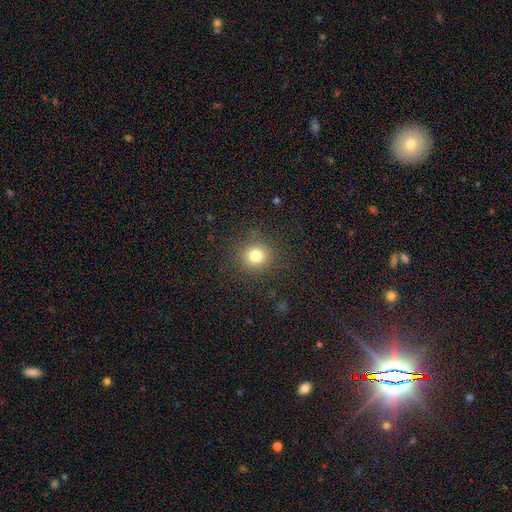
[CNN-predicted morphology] Smooth or featured?
  - smooth: 79% *
  - star or artifact: 14%
  - featured or disk: 7%
How rounded?
  - round: 90% *
  - in between: 9%
  - cigar-shaped: 1%
Merging?
  - none: 88% *
  - minor disturbance: 7%
  - major disturbance: 4%
  - merger: 1%